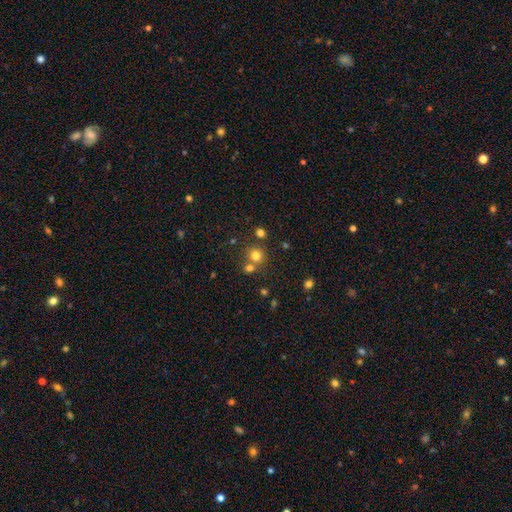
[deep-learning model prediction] Overall: smooth (75%). How rounded: round (88%). Merging: none (66%).